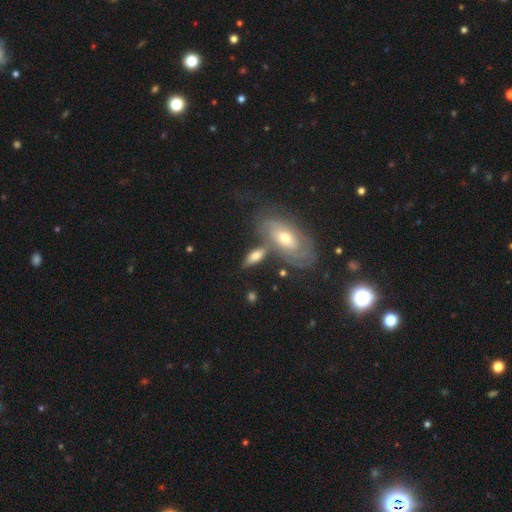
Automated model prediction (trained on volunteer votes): This appears to be a featured or disk galaxy (48%). Merging: none (53%).